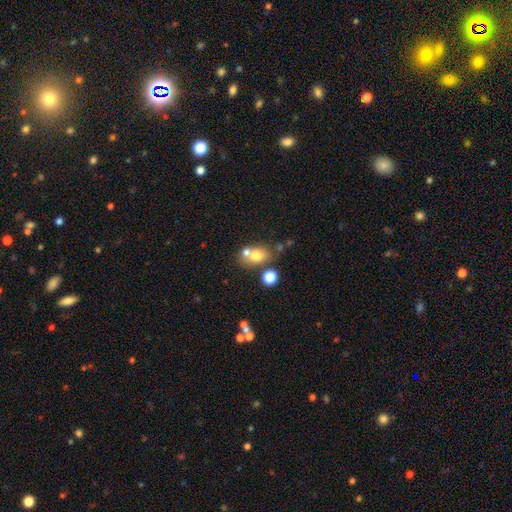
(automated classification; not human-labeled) smooth_or_featured: smooth (p=0.69) [alt: featured or disk p=0.18]
how_rounded: in between (p=0.59) [alt: round p=0.39]
merging: none (p=0.46) [alt: merger p=0.38]